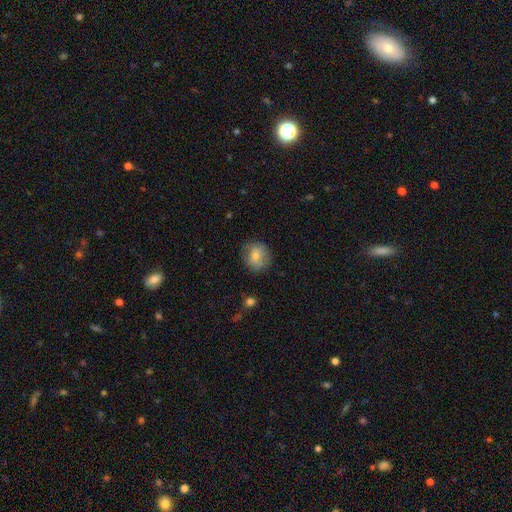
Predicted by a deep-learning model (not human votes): smooth-or-featured: smooth: 64% | featured or disk: 27% | star or artifact: 10%
  how-rounded: round: 76% | in between: 23% | cigar-shaped: 1%
  merging: none: 75% | minor disturbance: 18% | major disturbance: 5% | merger: 1%